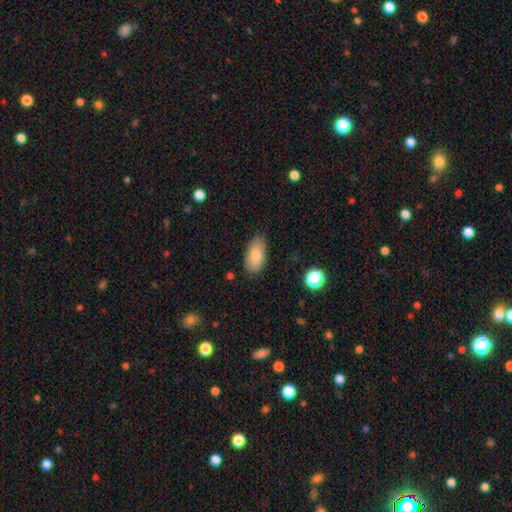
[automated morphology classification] A smooth galaxy with no disk features (81%) that is in between round and cigar-shaped (93%). Merging: none (80%).